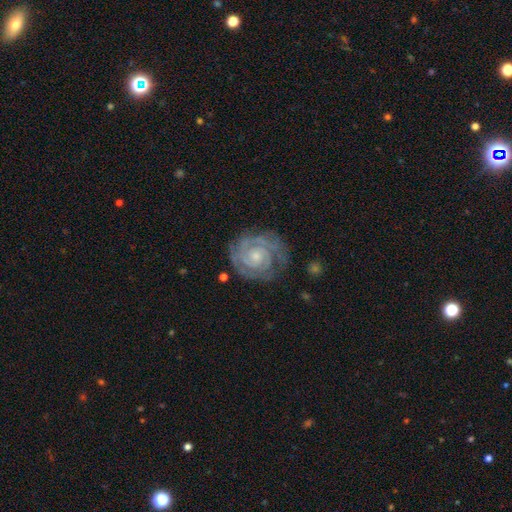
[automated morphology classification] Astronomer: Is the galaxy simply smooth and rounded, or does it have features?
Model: featured or disk — 88%.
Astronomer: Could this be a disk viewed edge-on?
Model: no — 98%.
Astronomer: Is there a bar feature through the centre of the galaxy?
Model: no — 71%.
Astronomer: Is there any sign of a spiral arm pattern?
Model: yes — 97%.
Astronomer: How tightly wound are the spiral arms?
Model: tight — 79%.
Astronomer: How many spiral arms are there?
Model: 2 — 57%.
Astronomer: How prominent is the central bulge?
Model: small — 61%.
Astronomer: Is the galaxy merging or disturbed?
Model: none — 75%.